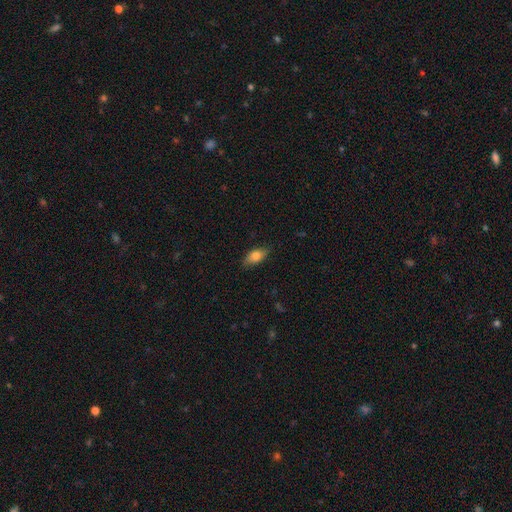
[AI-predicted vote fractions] A smooth galaxy with no disk features (80%) that is in between round and cigar-shaped (87%). Merging: none (79%).